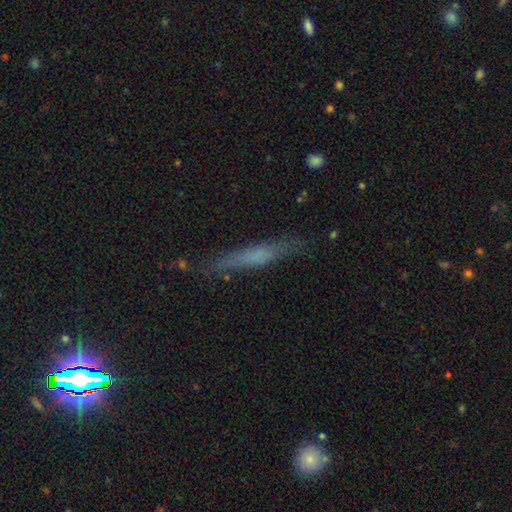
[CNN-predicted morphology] Smooth or featured? smooth (52%)
How rounded? cigar-shaped (92%)
Merging? none (80%)